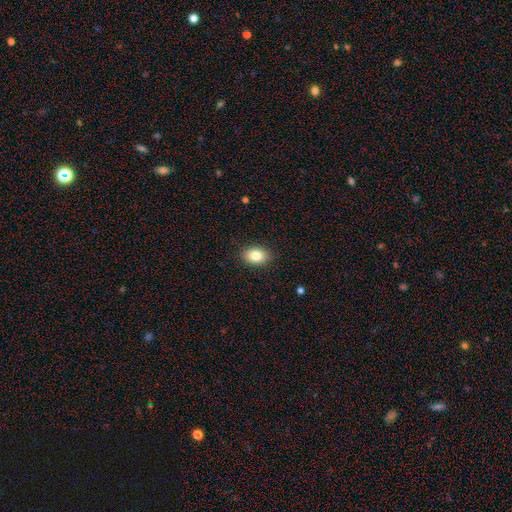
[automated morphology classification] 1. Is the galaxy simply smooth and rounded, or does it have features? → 83% smooth, 9% star or artifact, 8% featured or disk.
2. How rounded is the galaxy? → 78% in between, 21% round, 1% cigar-shaped.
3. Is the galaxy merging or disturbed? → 89% none, 8% minor disturbance, 2% major disturbance, 1% merger.